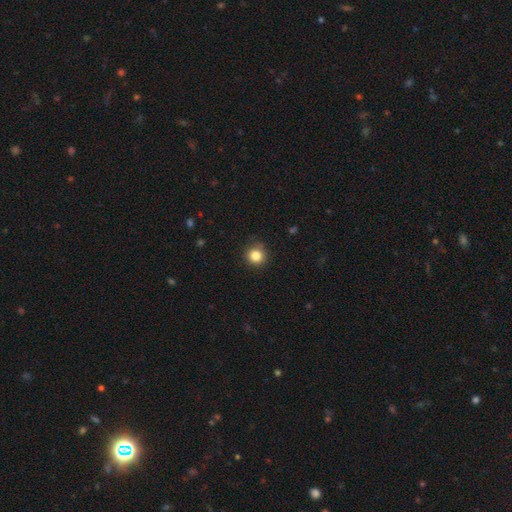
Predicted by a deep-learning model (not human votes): The model was most divided on "smooth or featured": smooth: 83%, star or artifact: 12%, featured or disk: 5%. More confident: how rounded — round (93%); merging — none (87%).